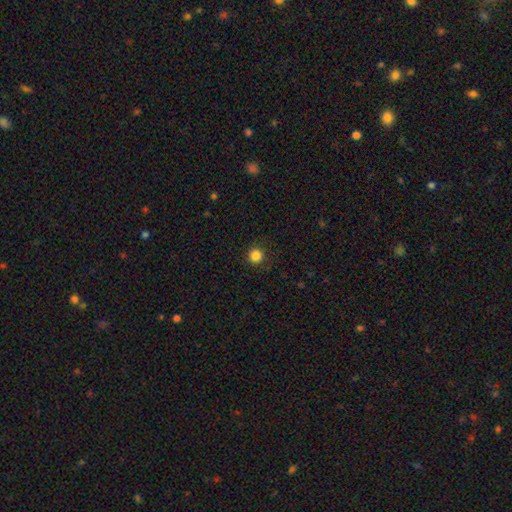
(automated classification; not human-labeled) Q: Smooth or featured?
A: smooth (85%); runner-up: star or artifact (12%)
Q: How rounded?
A: round (96%); runner-up: in between (3%)
Q: Merging?
A: none (92%); runner-up: minor disturbance (5%)